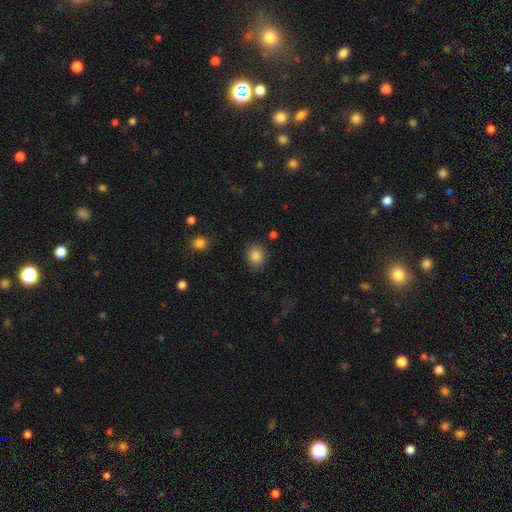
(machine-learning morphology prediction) Q: Smooth or featured?
A: smooth (86%); runner-up: star or artifact (9%)
Q: How rounded?
A: round (58%); runner-up: in between (41%)
Q: Merging?
A: none (84%); runner-up: minor disturbance (11%)